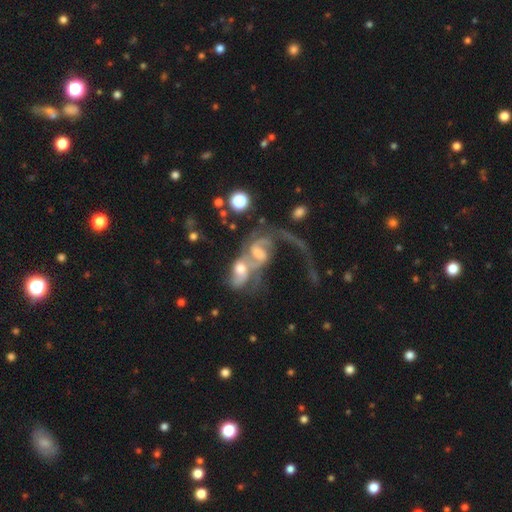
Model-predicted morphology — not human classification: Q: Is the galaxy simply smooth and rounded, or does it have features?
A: featured or disk — 72%.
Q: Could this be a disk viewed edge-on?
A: no — 95%.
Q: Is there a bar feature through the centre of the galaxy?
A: no — 52%.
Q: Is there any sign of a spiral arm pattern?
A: yes — 80%.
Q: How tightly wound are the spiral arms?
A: loose — 59%.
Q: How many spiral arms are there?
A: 1 — 44%.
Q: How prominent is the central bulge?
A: moderate — 48%.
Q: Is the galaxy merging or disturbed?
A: merger — 73%.